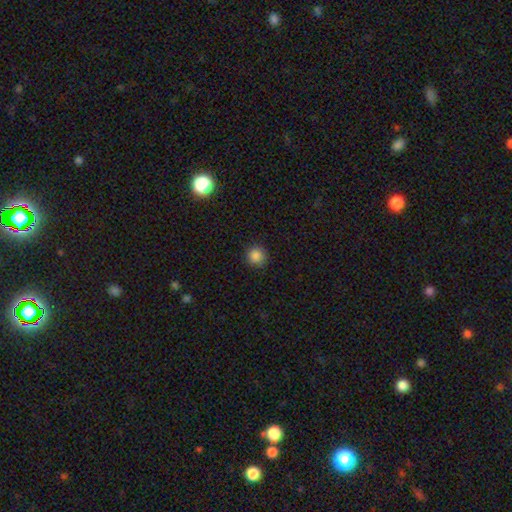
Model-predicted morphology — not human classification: A smooth galaxy with no disk features (86%) that is round (94%). Merging: none (91%).